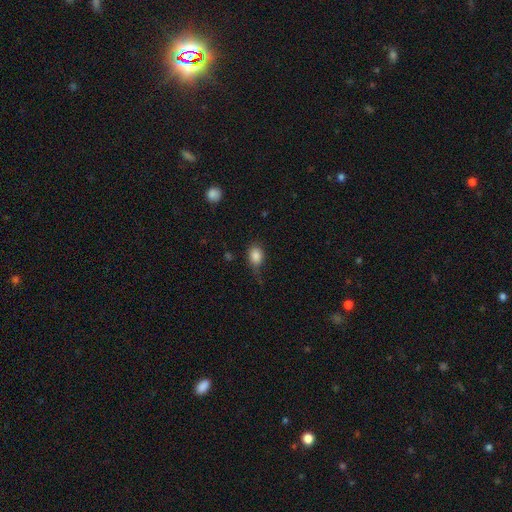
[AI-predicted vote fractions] Smooth or featured? smooth (85%)
How rounded? in between (66%)
Merging? none (58%)